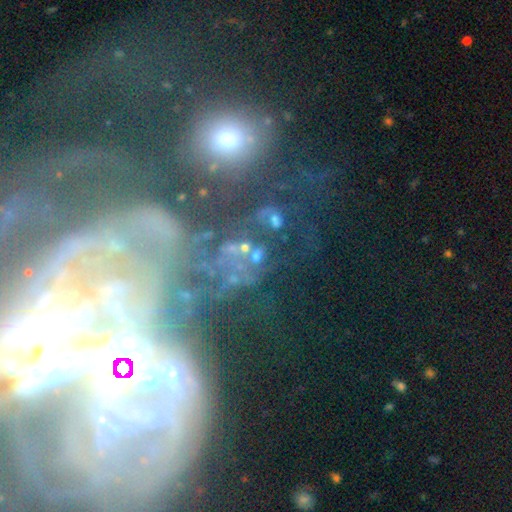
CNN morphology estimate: The model was most divided on "smooth or featured": featured or disk: 41%, star or artifact: 37%, smooth: 22%. Remaining: merging — none (43%).